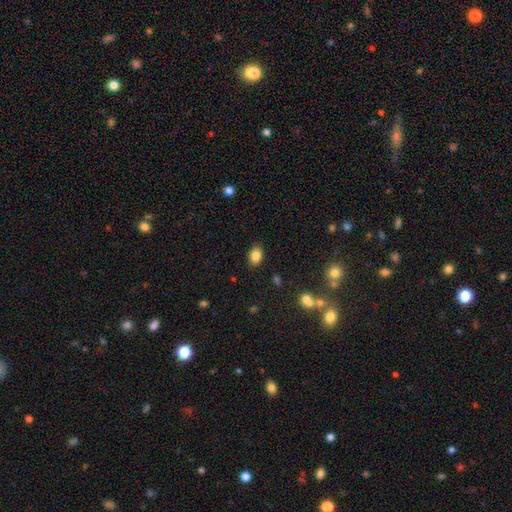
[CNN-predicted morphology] smooth 84%, star or artifact 9%, featured or disk 6%. Down the decision tree: how rounded — in between (83%); merging — none (87%).